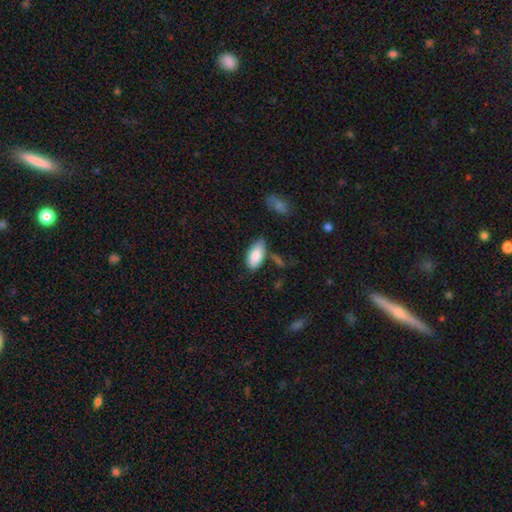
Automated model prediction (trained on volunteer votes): smooth_or_featured: smooth (p=0.85) [alt: featured or disk p=0.08]
how_rounded: in between (p=0.93) [alt: cigar-shaped p=0.05]
merging: none (p=0.65) [alt: minor disturbance p=0.23]